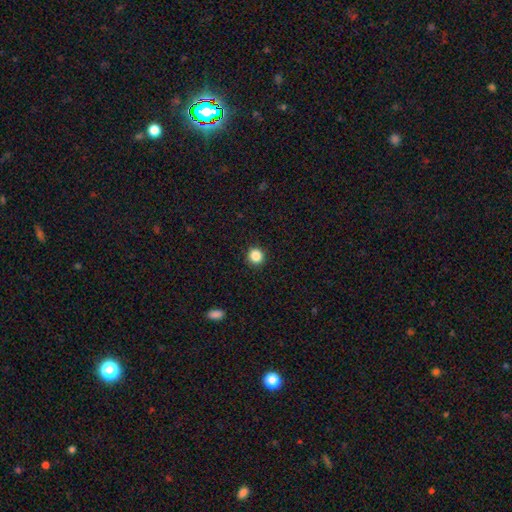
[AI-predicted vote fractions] Smooth or featured: smooth — 86% (star or artifact — 11%)
How rounded: round — 94% (in between — 5%)
Merging: none — 93% (minor disturbance — 5%)